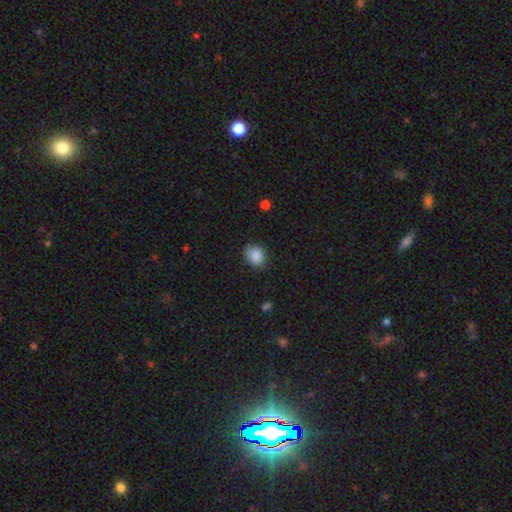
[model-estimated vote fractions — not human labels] This appears to be a smooth galaxy with no disk features (87%) that is in between round and cigar-shaped (52%). Merging: none (75%).